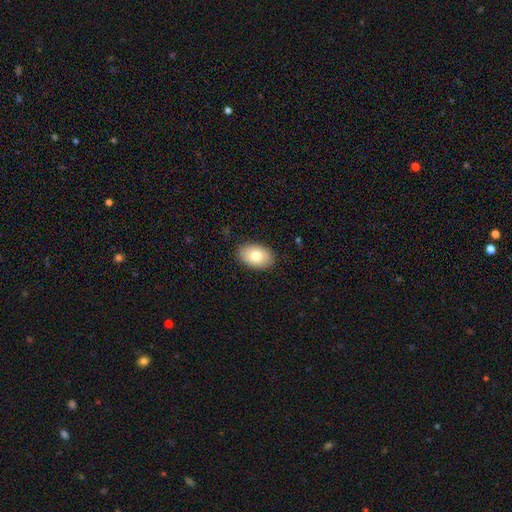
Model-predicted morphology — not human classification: smooth_or_featured: smooth (p=0.80) [alt: featured or disk p=0.13]
how_rounded: in between (p=0.90) [alt: round p=0.09]
merging: none (p=0.88) [alt: minor disturbance p=0.09]